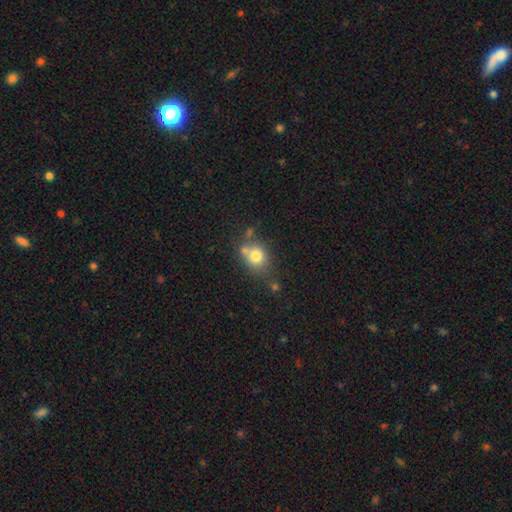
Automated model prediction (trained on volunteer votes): This is likely a smooth galaxy (76%). How rounded: likely round (71%). Merging: possibly none (54%).